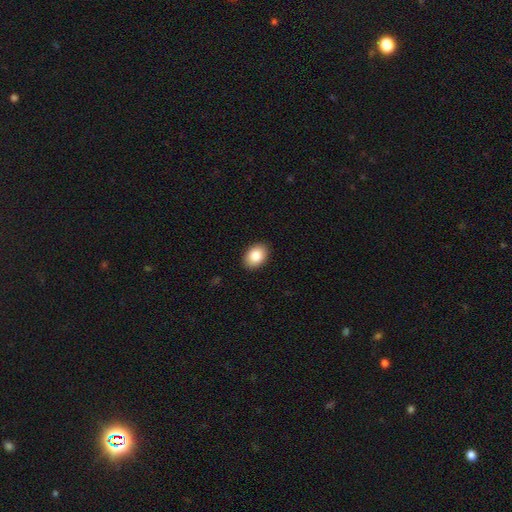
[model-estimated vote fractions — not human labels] This appears to be a smooth galaxy with no disk features (86%) that is in between round and cigar-shaped (80%). Merging: none (90%).